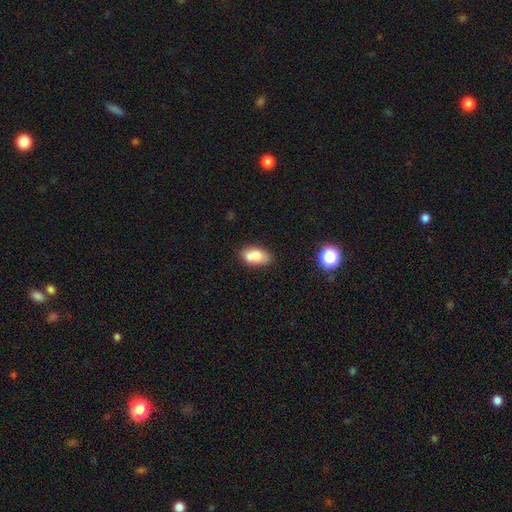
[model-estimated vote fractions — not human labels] This is likely a smooth galaxy (71%). How rounded: clearly in between (86%). Merging: possibly none (48%).